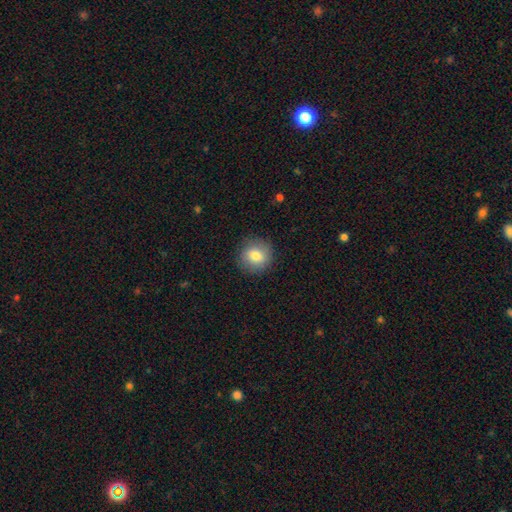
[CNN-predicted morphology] A smooth galaxy with no disk features (79%) that is round (87%).

Vote fractions:
- Smooth or featured? smooth: 79% / featured or disk: 12% / star or artifact: 9%
- How rounded? round: 87% / in between: 12% / cigar-shaped: 1%
- Merging? none: 87% / minor disturbance: 9% / major disturbance: 3% / merger: 1%